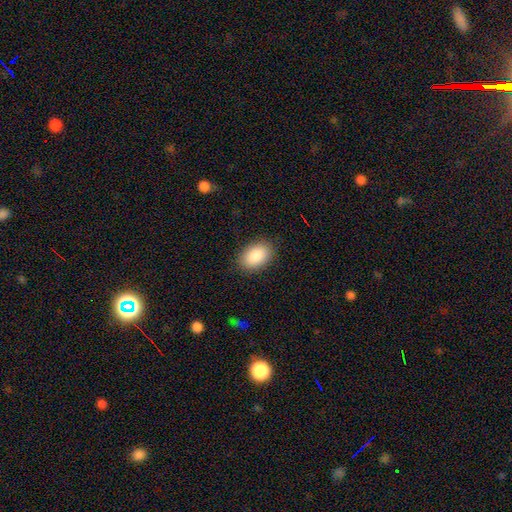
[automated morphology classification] This appears to be a smooth galaxy with no disk features (89%) that is in between round and cigar-shaped (90%). Merging: none (87%).